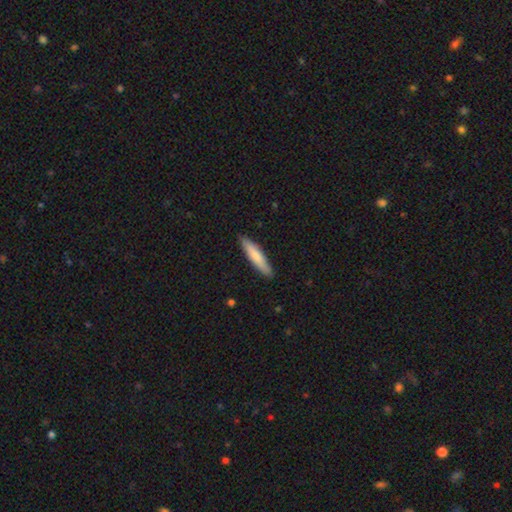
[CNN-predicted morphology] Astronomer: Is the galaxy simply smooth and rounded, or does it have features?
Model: smooth — 76%.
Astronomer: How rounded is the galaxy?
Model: cigar-shaped — 86%.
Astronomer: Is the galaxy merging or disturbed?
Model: none — 89%.